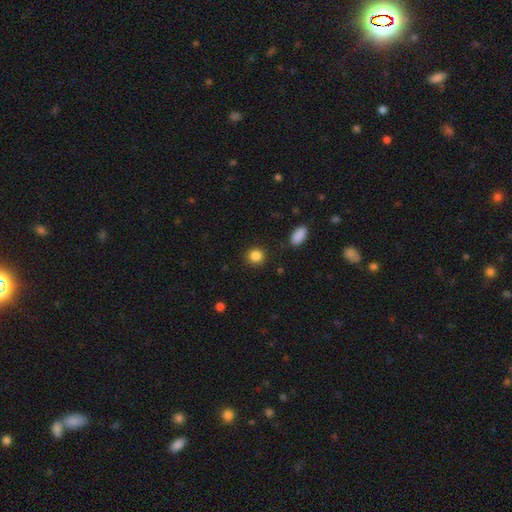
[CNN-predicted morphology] Smooth or featured? smooth (87%)
How rounded? round (88%)
Merging? none (90%)